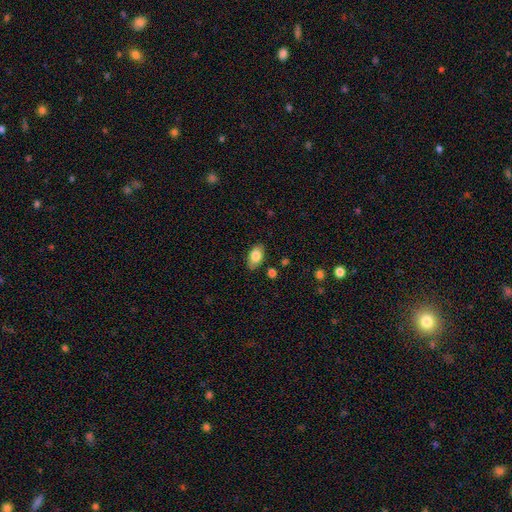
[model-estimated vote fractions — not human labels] smooth_or_featured: smooth (p=0.82) [alt: featured or disk p=0.11]
how_rounded: in between (p=0.92) [alt: round p=0.06]
merging: none (p=0.83) [alt: minor disturbance p=0.13]